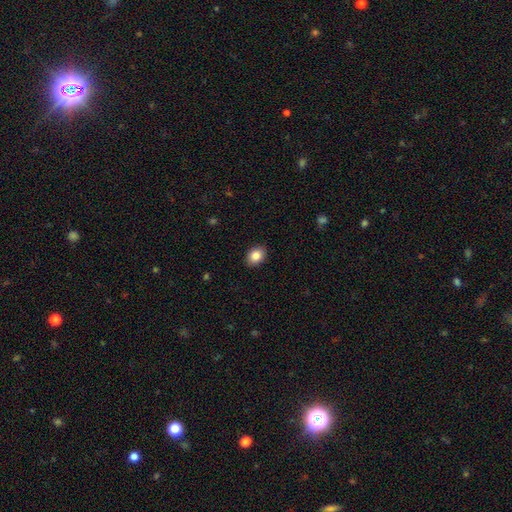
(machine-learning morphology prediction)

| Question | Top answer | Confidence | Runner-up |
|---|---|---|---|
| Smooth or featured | smooth | 85% | star or artifact (8%) |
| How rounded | in between | 67% | round (32%) |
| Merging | none | 90% | minor disturbance (7%) |